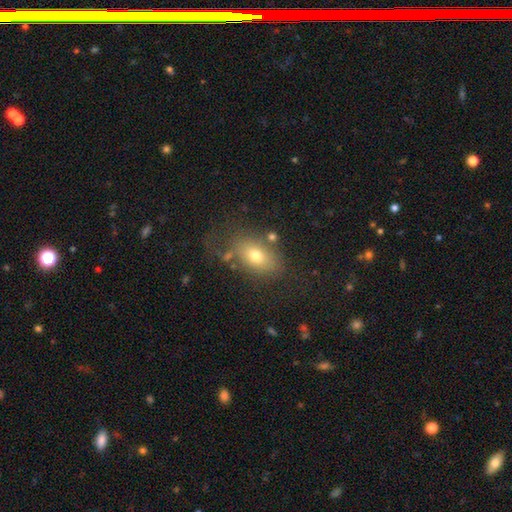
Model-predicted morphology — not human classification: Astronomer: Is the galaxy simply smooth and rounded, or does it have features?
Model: smooth — 71%.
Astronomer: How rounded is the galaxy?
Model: in between — 83%.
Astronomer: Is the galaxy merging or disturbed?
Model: none — 66%.